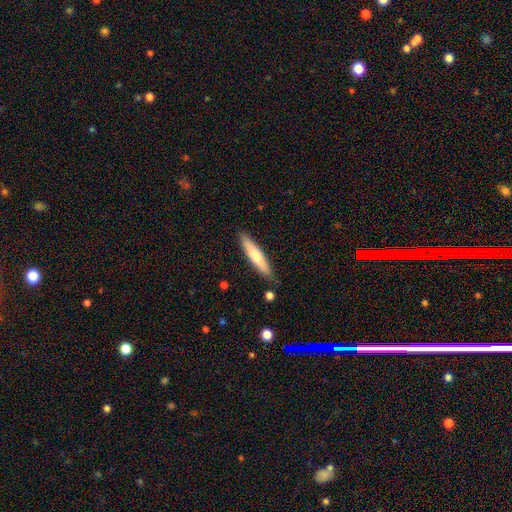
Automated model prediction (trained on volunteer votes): Smooth or featured?
  - smooth: 64% *
  - featured or disk: 31%
  - star or artifact: 5%
How rounded?
  - cigar-shaped: 86% *
  - in between: 13%
  - round: 1%
Merging?
  - none: 85% *
  - minor disturbance: 11%
  - merger: 2%
  - major disturbance: 2%